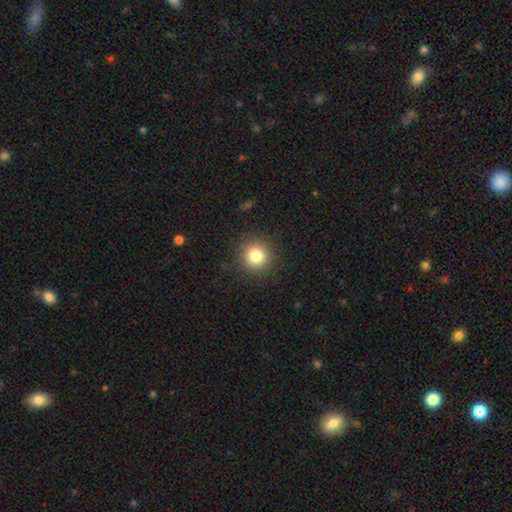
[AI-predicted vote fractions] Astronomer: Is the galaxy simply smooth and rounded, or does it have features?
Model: smooth — 82%.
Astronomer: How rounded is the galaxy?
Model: round — 94%.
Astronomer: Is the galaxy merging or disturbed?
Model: none — 91%.